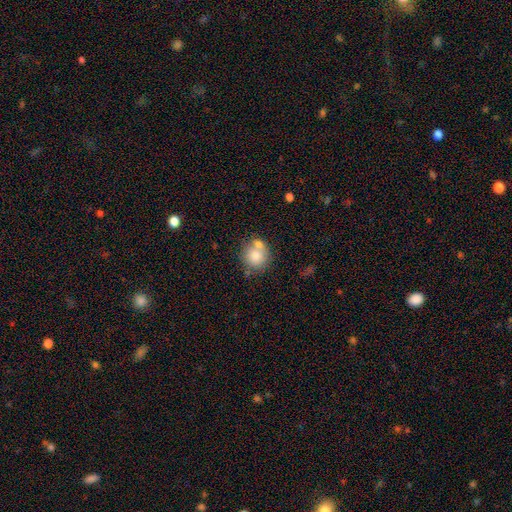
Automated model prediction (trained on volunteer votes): smooth_or_featured: smooth (p=0.78) [alt: featured or disk p=0.13]
how_rounded: round (p=0.85) [alt: in between p=0.14]
merging: none (p=0.52) [alt: merger p=0.31]